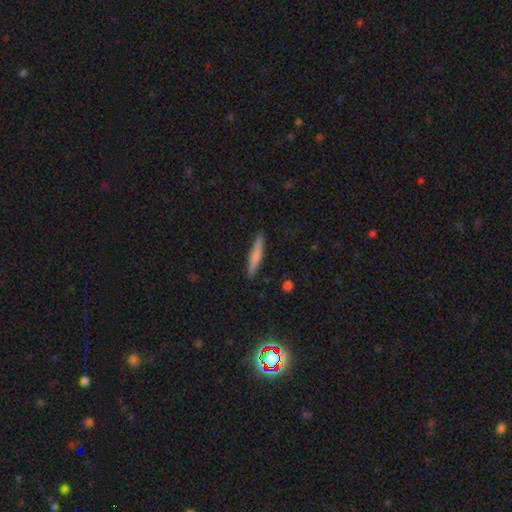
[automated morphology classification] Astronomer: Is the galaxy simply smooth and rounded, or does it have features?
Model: smooth — 72%.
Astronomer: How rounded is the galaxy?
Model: cigar-shaped — 93%.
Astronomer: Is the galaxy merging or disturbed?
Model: none — 90%.